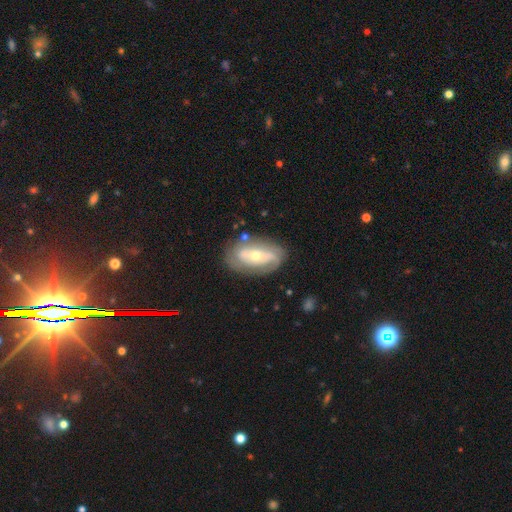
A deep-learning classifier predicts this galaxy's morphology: type=featured or disk (71%); edge-on=no (92%); bar=no (56%); spiral arms=yes (75%); bulge=moderate (48%); merging=none (73%).